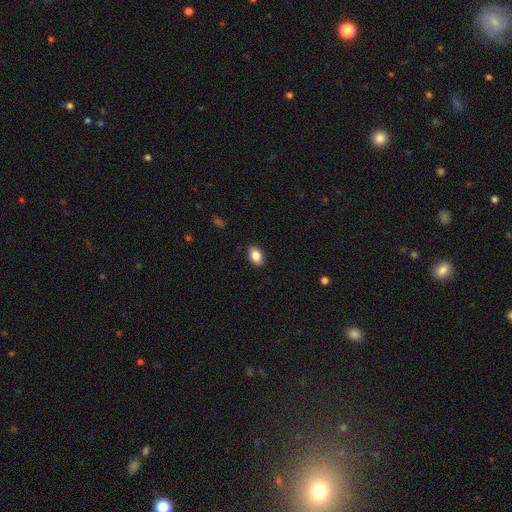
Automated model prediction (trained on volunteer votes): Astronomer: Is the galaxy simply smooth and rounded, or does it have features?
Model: smooth — 88%.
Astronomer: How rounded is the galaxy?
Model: in between — 87%.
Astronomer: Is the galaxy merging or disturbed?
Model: none — 88%.